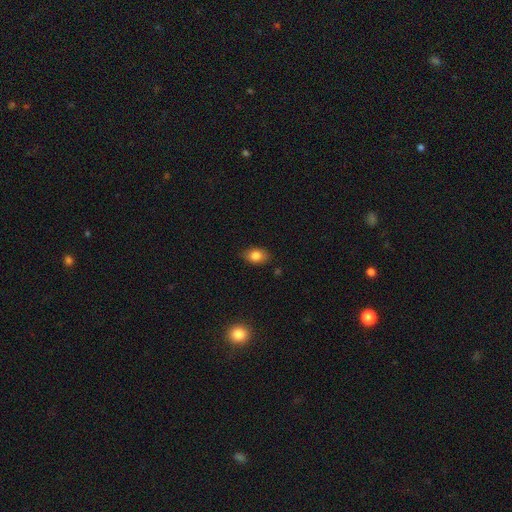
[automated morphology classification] This is clearly a smooth galaxy (82%). How rounded: likely in between (78%). Merging: clearly none (82%).